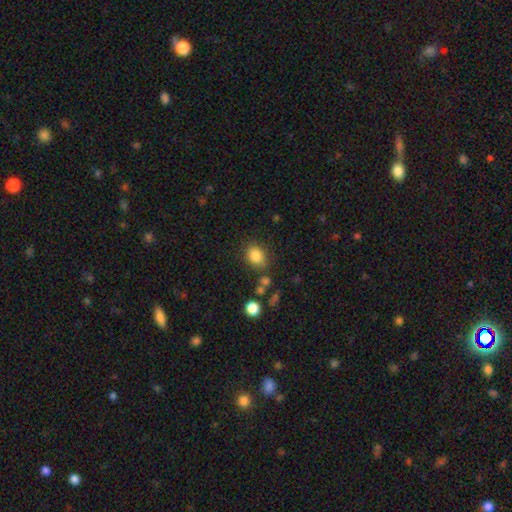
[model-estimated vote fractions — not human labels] Smooth or featured: smooth — 84% (star or artifact — 10%)
How rounded: in between — 55% (round — 44%)
Merging: none — 76% (minor disturbance — 14%)